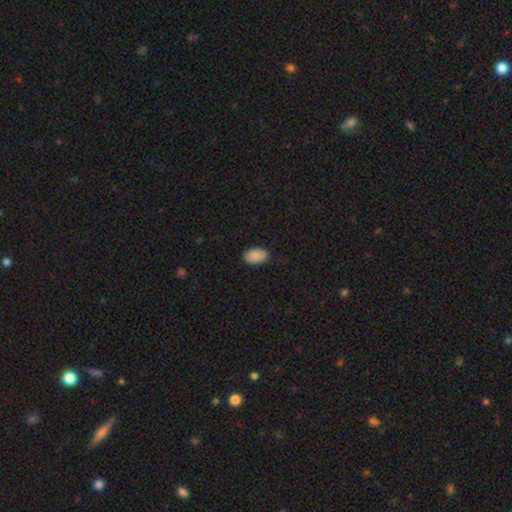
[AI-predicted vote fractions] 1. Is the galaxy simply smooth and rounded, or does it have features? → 90% smooth, 7% star or artifact, 3% featured or disk.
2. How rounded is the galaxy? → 94% in between, 5% round, 1% cigar-shaped.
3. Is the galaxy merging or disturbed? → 87% none, 10% minor disturbance, 2% major disturbance, 1% merger.